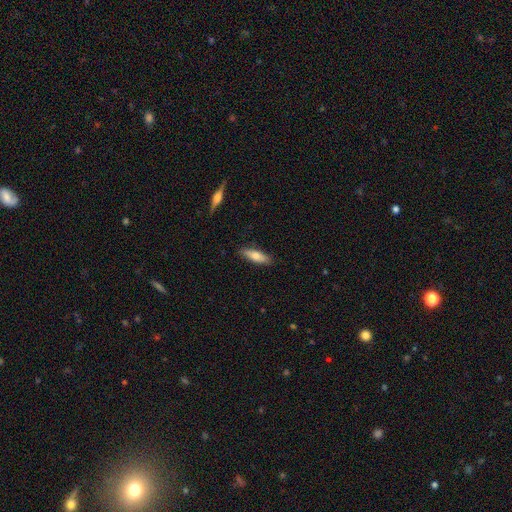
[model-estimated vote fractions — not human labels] The model was most divided on "how rounded": cigar-shaped: 58%, in between: 41%, round: 2%. More confident: merging — none (87%); smooth or featured — smooth (69%).